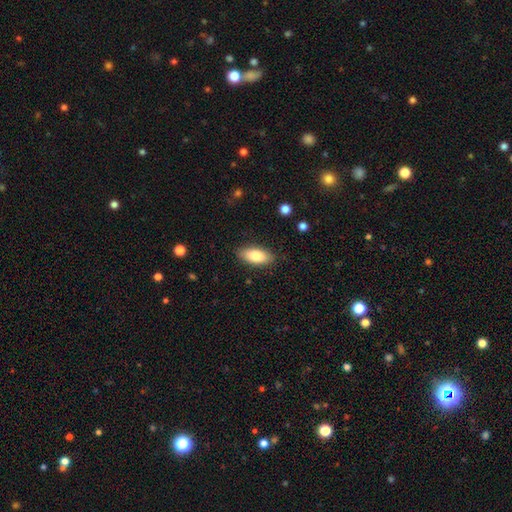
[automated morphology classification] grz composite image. It shows a smooth galaxy with no disk features (80%) that is in between round and cigar-shaped (87%). Merging: none (87%).